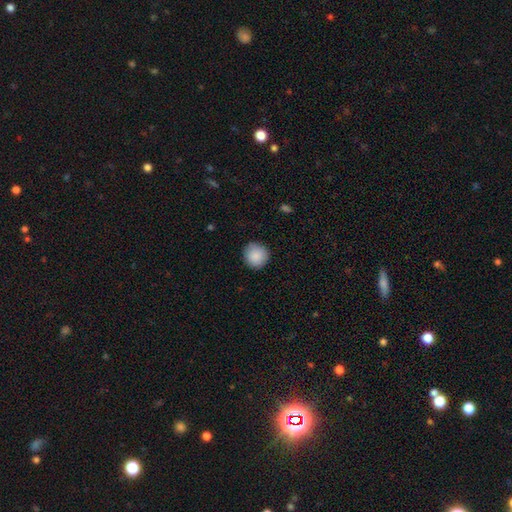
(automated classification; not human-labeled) Q: Smooth or featured?
A: smooth (89%); runner-up: star or artifact (7%)
Q: How rounded?
A: round (92%); runner-up: in between (7%)
Q: Merging?
A: none (88%); runner-up: minor disturbance (9%)